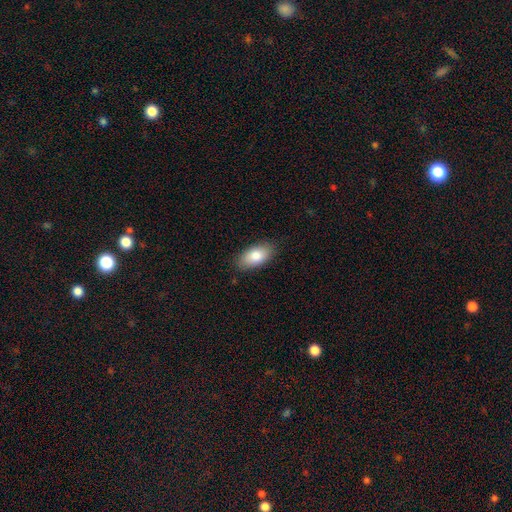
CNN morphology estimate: type=smooth (83%); roundness=in between (93%); merging=none (85%).